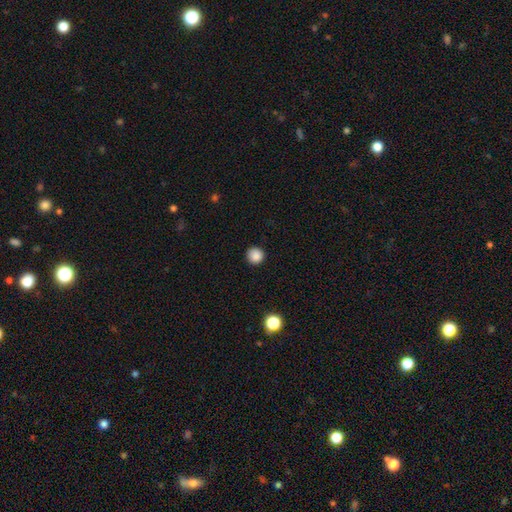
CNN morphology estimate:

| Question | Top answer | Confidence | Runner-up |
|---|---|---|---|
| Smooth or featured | smooth | 87% | star or artifact (10%) |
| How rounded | round | 95% | in between (4%) |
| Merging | none | 92% | minor disturbance (6%) |